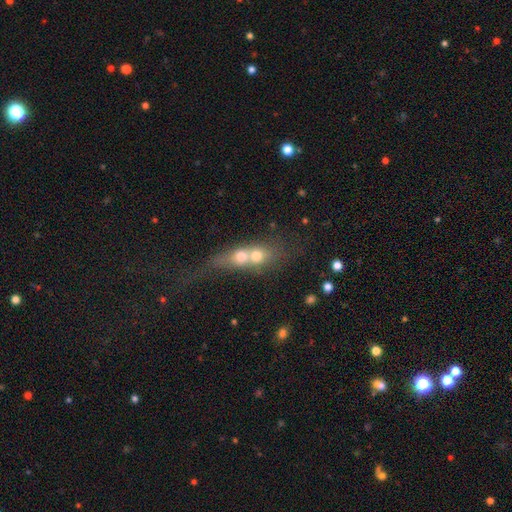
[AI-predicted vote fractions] Morphology: type=smooth (54%); roundness=in between (40%); merging=merger (76%).